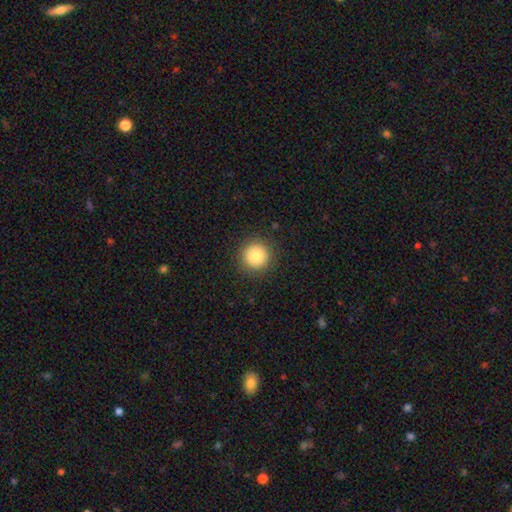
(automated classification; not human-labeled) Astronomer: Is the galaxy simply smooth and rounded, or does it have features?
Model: smooth — 84%.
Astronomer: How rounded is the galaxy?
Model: round — 96%.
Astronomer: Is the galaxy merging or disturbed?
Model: none — 91%.